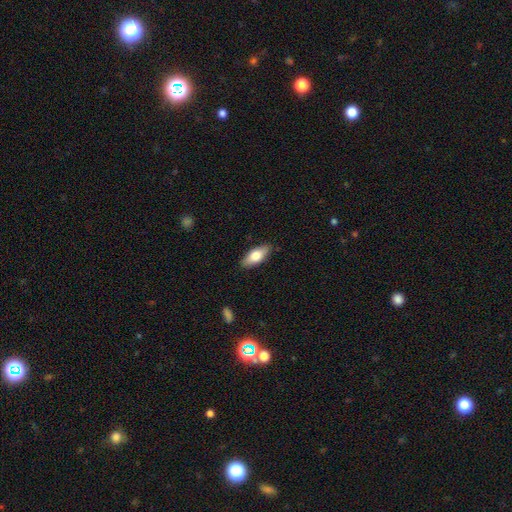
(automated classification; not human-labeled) smooth_or_featured: smooth (p=0.70) [alt: featured or disk p=0.24]
how_rounded: in between (p=0.78) [alt: cigar-shaped p=0.19]
merging: none (p=0.87) [alt: minor disturbance p=0.10]